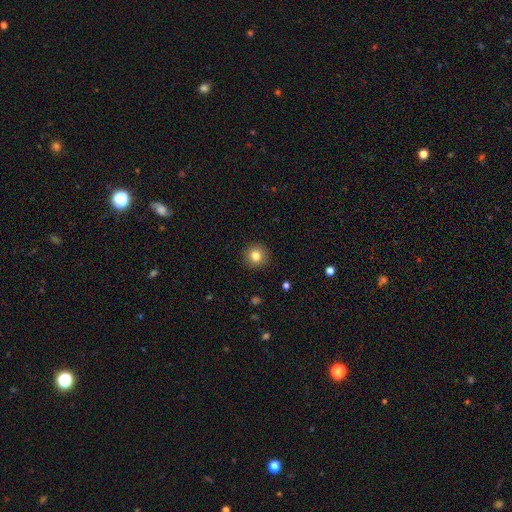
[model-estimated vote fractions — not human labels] A smooth galaxy with no disk features (82%) that is round (94%). Merging: none (92%).